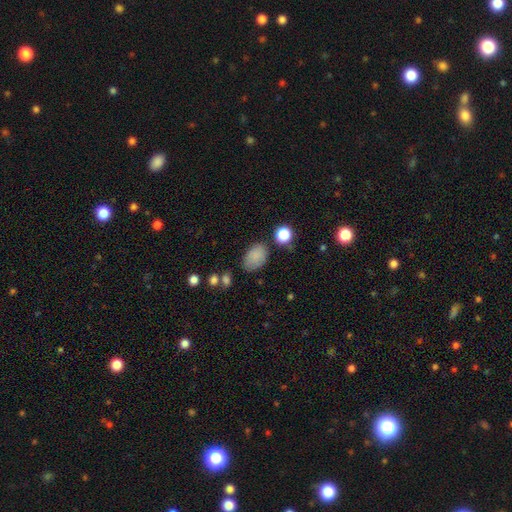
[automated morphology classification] Overall: smooth (84%). How rounded: in between (85%). Merging: none (70%).